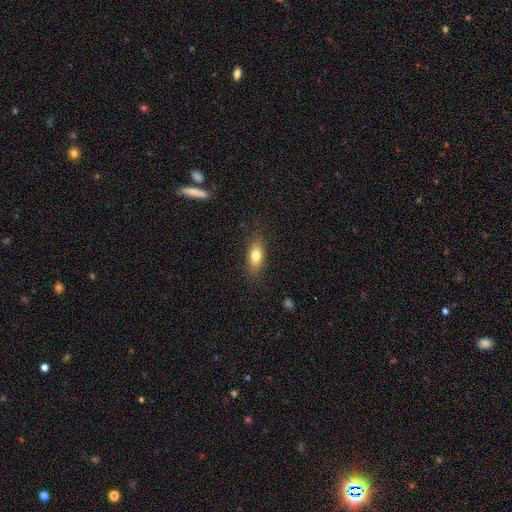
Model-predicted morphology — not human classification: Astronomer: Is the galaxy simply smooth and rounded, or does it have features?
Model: smooth — 76%.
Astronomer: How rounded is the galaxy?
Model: in between — 76%.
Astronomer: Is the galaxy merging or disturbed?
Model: none — 82%.